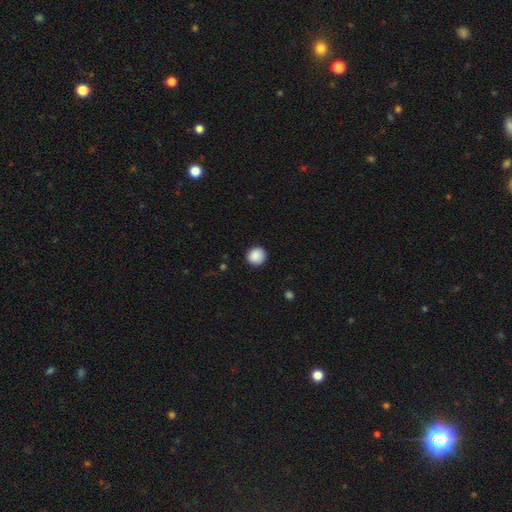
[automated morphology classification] Smooth or featured: smooth — 89% (star or artifact — 8%)
How rounded: round — 95% (in between — 4%)
Merging: none — 91% (minor disturbance — 6%)